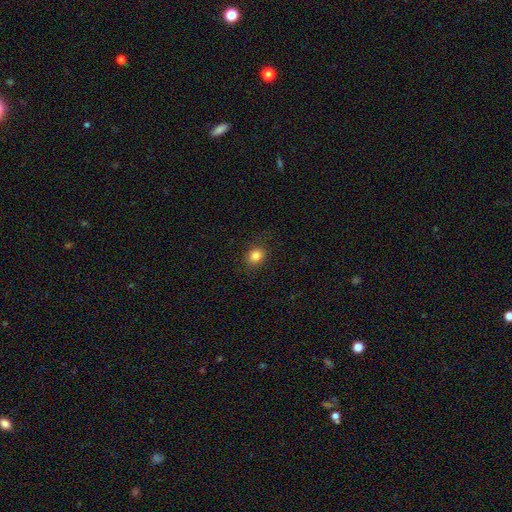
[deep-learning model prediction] Overall: smooth (83%). How rounded: round (61%; in between 38%). Merging: none (86%).